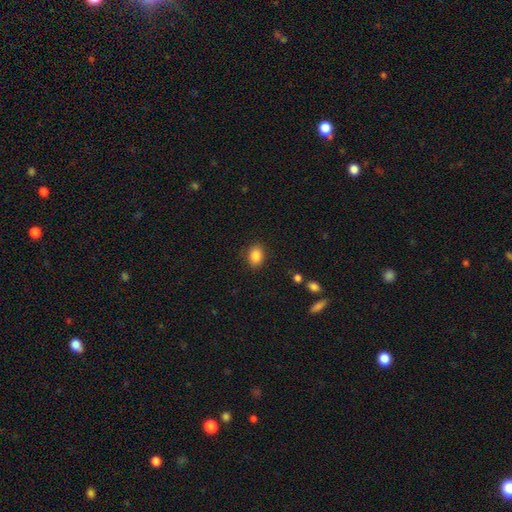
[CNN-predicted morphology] Smooth or featured: smooth — 87% (star or artifact — 9%)
How rounded: in between — 68% (round — 31%)
Merging: none — 86% (minor disturbance — 10%)